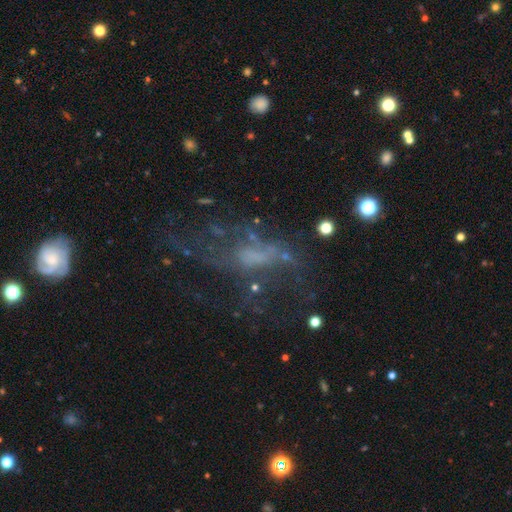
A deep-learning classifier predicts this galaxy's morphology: Smooth or featured?
  - featured or disk: 59% *
  - star or artifact: 22%
  - smooth: 19%
Edge-on disk?
  - no: 89% *
  - yes: 11%
Bar?
  - no: 68% *
  - weak: 24%
  - strong: 8%
Spiral arms?
  - no: 59% *
  - yes: 41%
Bulge size?
  - none: 52% *
  - small: 23%
  - moderate: 19%
  - large: 5%
  - dominant: 2%
Merging?
  - none: 43% *
  - major disturbance: 36%
  - minor disturbance: 16%
  - merger: 5%